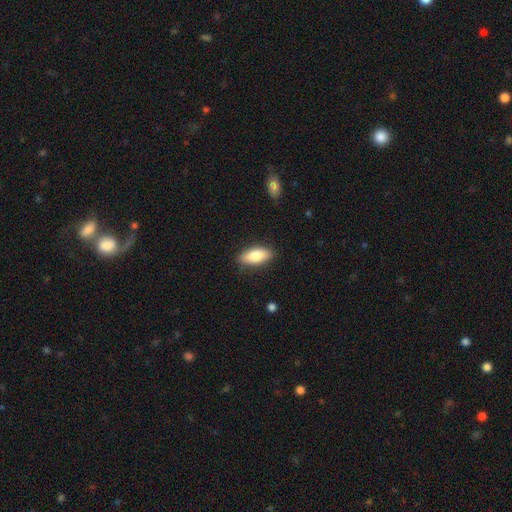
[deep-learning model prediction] Smooth or featured: smooth — 81% (featured or disk — 13%)
How rounded: in between — 81% (cigar-shaped — 16%)
Merging: none — 86% (minor disturbance — 10%)